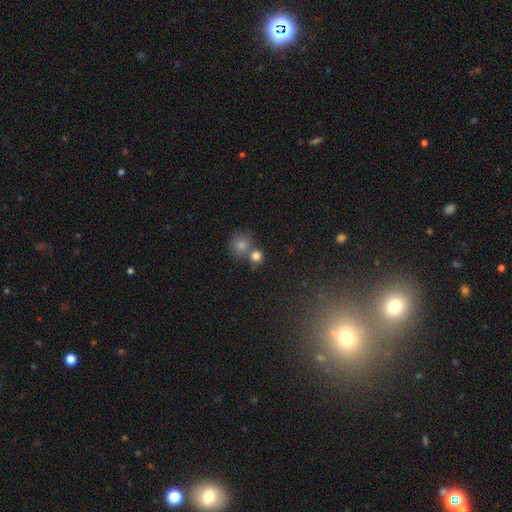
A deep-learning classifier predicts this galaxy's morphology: A smooth galaxy with no disk features (80%) that is round (86%). Merging: none (52%).